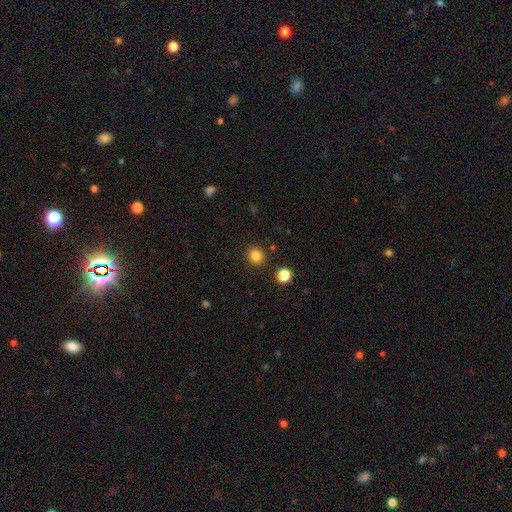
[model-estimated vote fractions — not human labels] Q: Smooth or featured?
A: smooth (83%); runner-up: star or artifact (12%)
Q: How rounded?
A: round (87%); runner-up: in between (12%)
Q: Merging?
A: none (90%); runner-up: minor disturbance (6%)